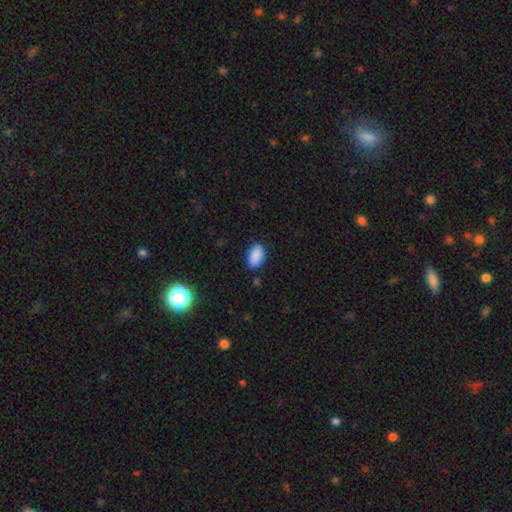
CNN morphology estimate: type=smooth (89%); roundness=in between (93%); merging=none (86%).